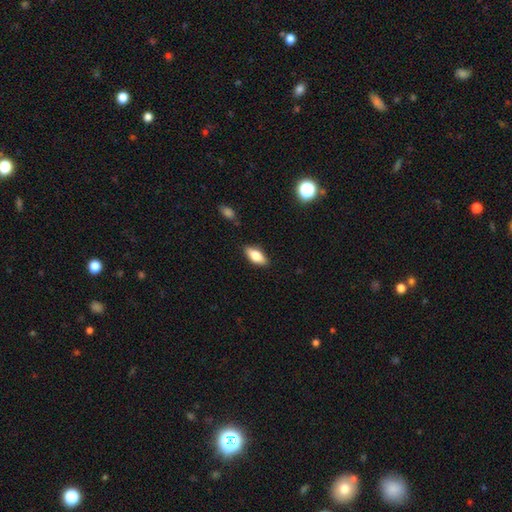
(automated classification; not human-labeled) smooth-or-featured: smooth: 71% | featured or disk: 22% | star or artifact: 7%
  how-rounded: in between: 80% | cigar-shaped: 17% | round: 3%
  merging: none: 87% | minor disturbance: 9% | major disturbance: 2% | merger: 1%